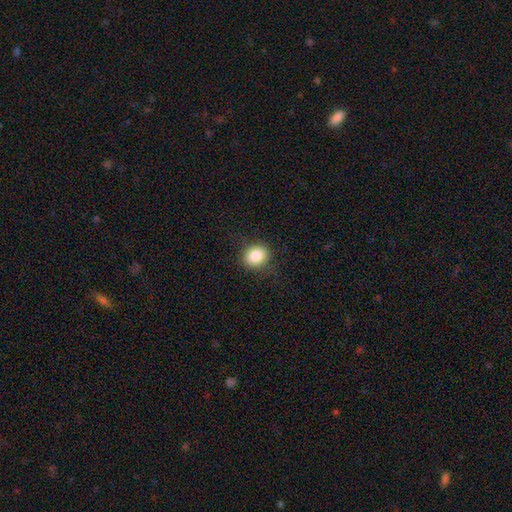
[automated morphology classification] Q: Smooth or featured?
A: smooth (86%); runner-up: star or artifact (9%)
Q: How rounded?
A: round (73%); runner-up: in between (27%)
Q: Merging?
A: none (85%); runner-up: minor disturbance (10%)